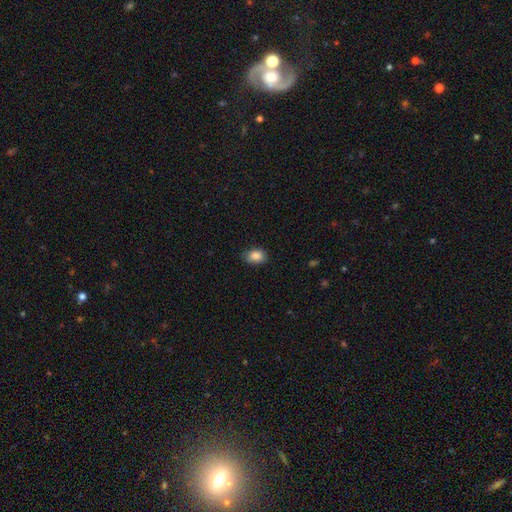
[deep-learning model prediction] The model was most divided on "merging": none: 77%, minor disturbance: 19%, major disturbance: 3%, merger: 1%. More confident: smooth or featured — smooth (86%); how rounded — in between (80%).